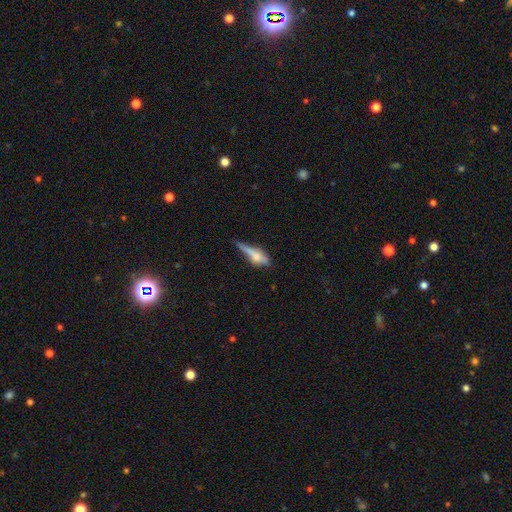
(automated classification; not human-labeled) This is possibly a smooth galaxy (51%). How rounded: possibly cigar-shaped (52%). Merging: marginally none (38%).